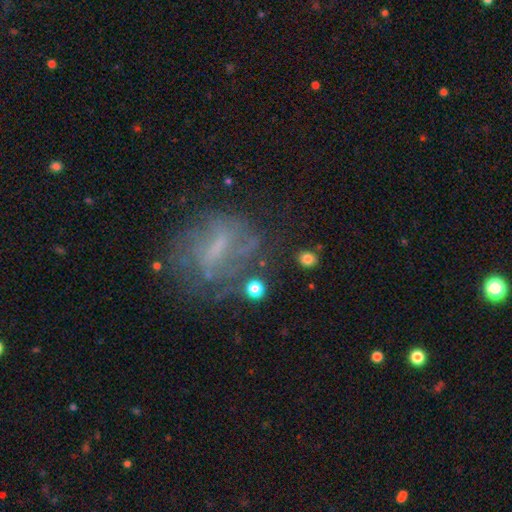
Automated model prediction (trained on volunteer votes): Morphology: type=featured or disk (50%); edge-on=no (91%); merging=none (63%).